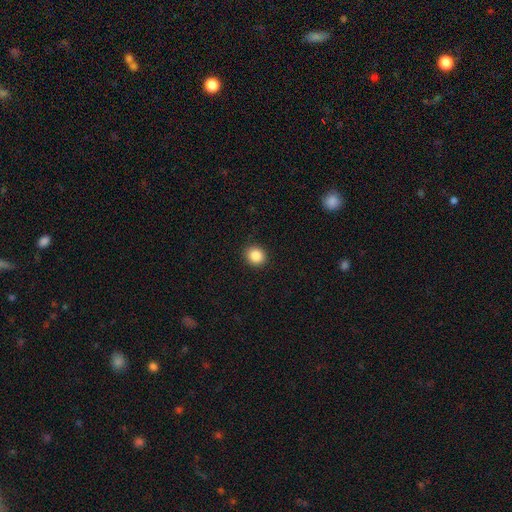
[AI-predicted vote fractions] Overall: smooth (87%). How rounded: round (83%). Merging: none (91%).